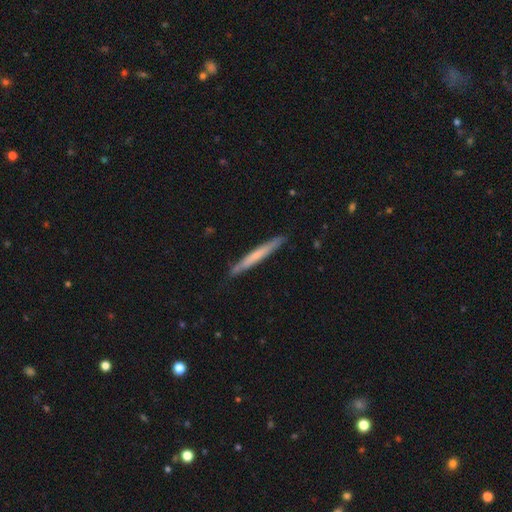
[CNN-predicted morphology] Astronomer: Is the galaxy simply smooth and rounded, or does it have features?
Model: smooth — 55% (runner-up: featured or disk, 40%).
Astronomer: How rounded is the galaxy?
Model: cigar-shaped — 97%.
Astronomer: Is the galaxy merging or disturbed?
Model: none — 86%.